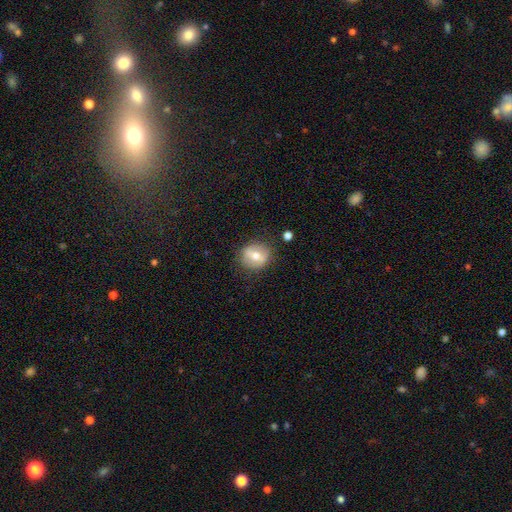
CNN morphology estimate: This is possibly a smooth galaxy (57%). How rounded: clearly round (84%). Merging: clearly none (82%).